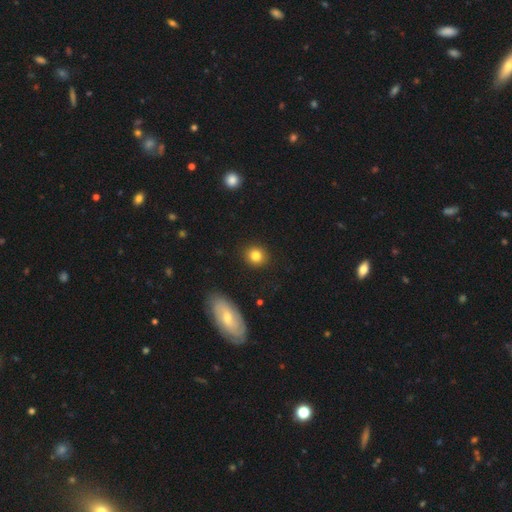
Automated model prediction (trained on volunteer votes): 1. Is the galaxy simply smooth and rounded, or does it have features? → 83% smooth, 10% star or artifact, 7% featured or disk.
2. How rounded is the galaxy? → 84% round, 15% in between, 1% cigar-shaped.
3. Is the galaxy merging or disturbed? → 90% none, 6% minor disturbance, 2% major disturbance, 2% merger.